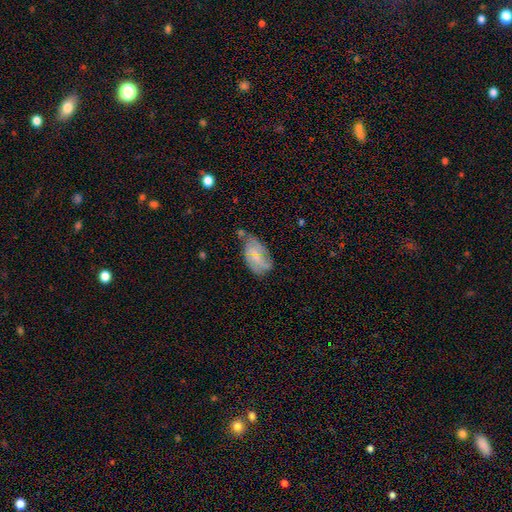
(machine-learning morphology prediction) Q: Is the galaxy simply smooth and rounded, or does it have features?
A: featured or disk — 53%.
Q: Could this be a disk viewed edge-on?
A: no — 95%.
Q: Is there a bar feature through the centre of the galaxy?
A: no — 50%.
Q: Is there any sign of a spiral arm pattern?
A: yes — 73%.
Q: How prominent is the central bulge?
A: small — 69%.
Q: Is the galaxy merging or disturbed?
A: none — 43%.